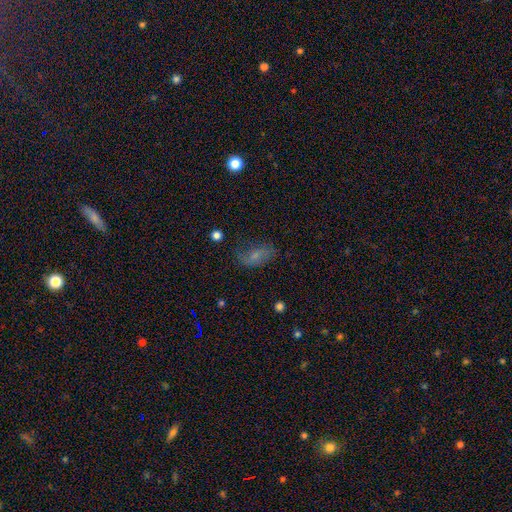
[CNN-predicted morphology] Smooth or featured?
  - smooth: 59% *
  - featured or disk: 28%
  - star or artifact: 12%
How rounded?
  - in between: 87% *
  - round: 6%
  - cigar-shaped: 6%
Merging?
  - none: 52% *
  - minor disturbance: 28%
  - major disturbance: 17%
  - merger: 2%